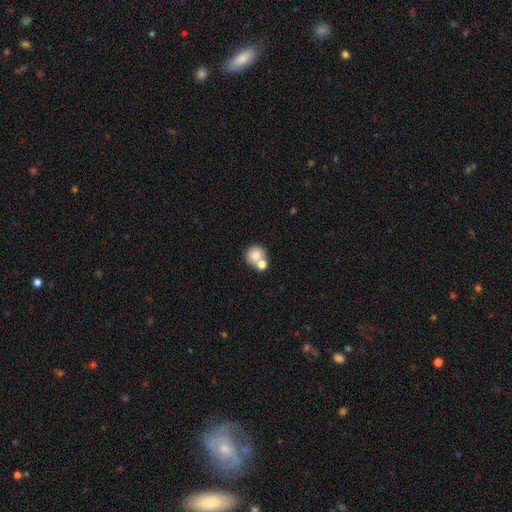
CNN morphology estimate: This appears to be a smooth galaxy with no disk features (76%) that is round (87%). Merging: none (47%).